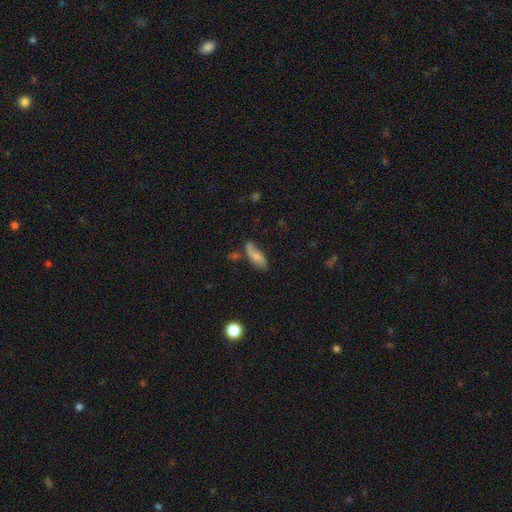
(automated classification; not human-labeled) Smooth or featured? smooth (63%)
How rounded? in between (64%)
Merging? none (58%)